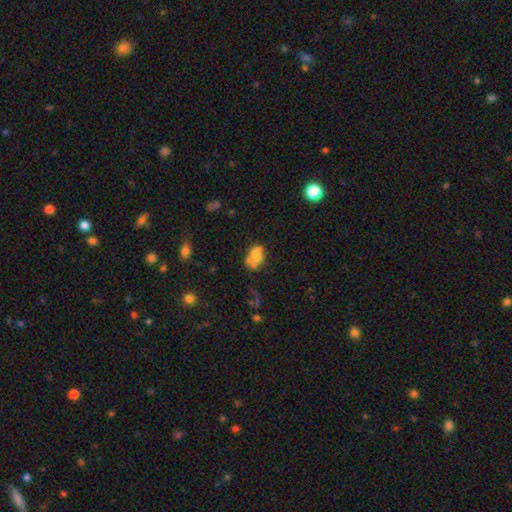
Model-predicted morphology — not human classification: Smooth or featured?
  - smooth: 46% *
  - featured or disk: 39%
  - star or artifact: 14%
Merging?
  - merger: 41% *
  - none: 30%
  - minor disturbance: 15%
  - major disturbance: 14%